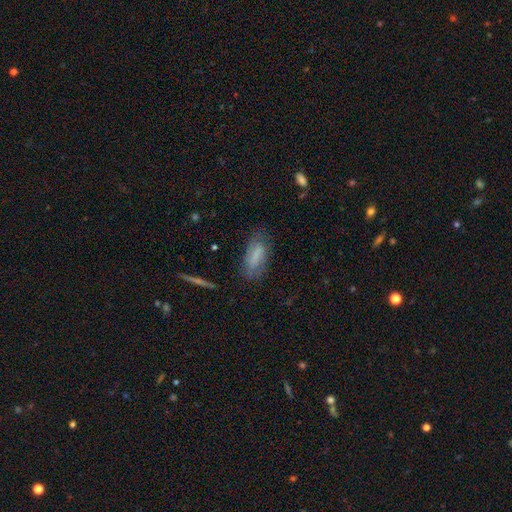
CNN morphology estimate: A smooth galaxy with no disk features (69%) that is in between round and cigar-shaped (75%).

Vote fractions:
- Smooth or featured? smooth: 69% / featured or disk: 23% / star or artifact: 9%
- How rounded? in between: 75% / cigar-shaped: 22% / round: 3%
- Merging? none: 69% / minor disturbance: 21% / major disturbance: 7% / merger: 2%